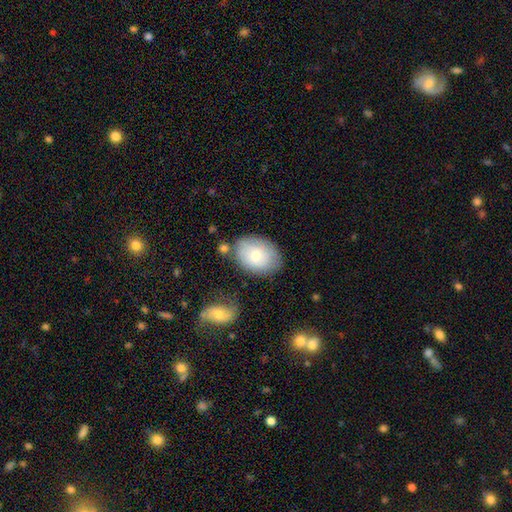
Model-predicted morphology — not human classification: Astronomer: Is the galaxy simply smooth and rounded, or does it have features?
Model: smooth — 71%.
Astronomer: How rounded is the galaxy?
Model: in between — 74%.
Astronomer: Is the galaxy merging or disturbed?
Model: none — 69%.